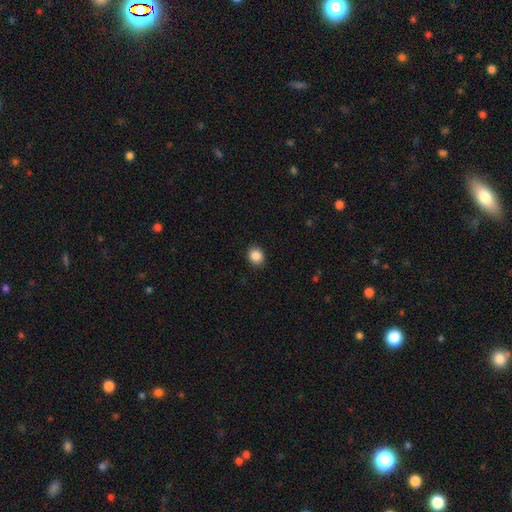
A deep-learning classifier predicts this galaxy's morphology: Smooth or featured: smooth — 87% (star or artifact — 9%)
How rounded: round — 65% (in between — 35%)
Merging: none — 89% (minor disturbance — 8%)